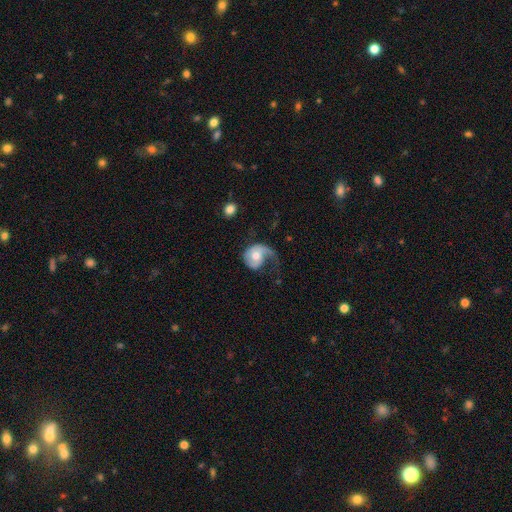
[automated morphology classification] This is likely a featured or disk galaxy (62%). It is clearly not viewed edge-on (97%). Bar: likely no (77%). Spiral arm pattern: clearly yes (83%). Central bulge: likely moderate (72%). Merging: possibly major disturbance (49%).